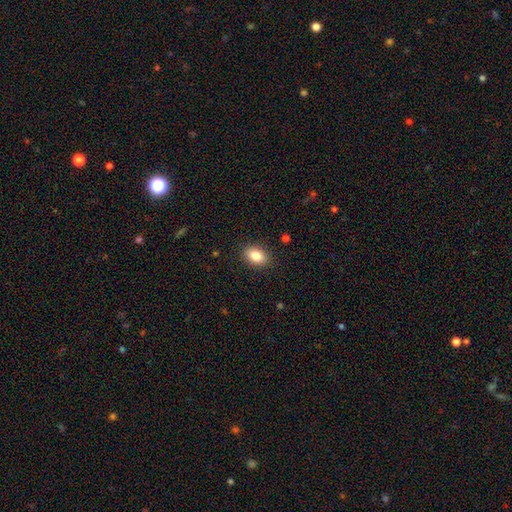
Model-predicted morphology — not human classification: smooth-or-featured: smooth: 84% | star or artifact: 8% | featured or disk: 7%
  how-rounded: in between: 81% | round: 18% | cigar-shaped: 1%
  merging: none: 89% | minor disturbance: 8% | major disturbance: 2% | merger: 1%